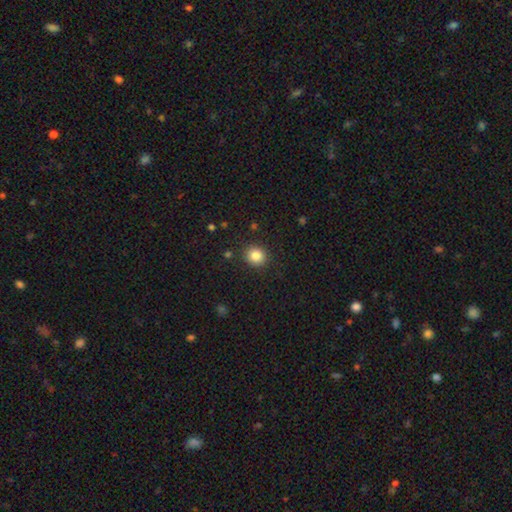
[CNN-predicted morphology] This is clearly a smooth galaxy (85%). How rounded: clearly round (83%). Merging: clearly none (90%).